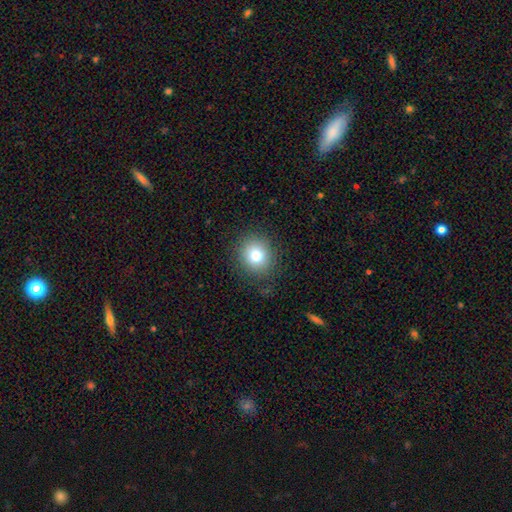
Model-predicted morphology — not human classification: smooth_or_featured: smooth (p=0.78) [alt: star or artifact p=0.12]
how_rounded: round (p=0.83) [alt: in between p=0.16]
merging: none (p=0.85) [alt: minor disturbance p=0.10]